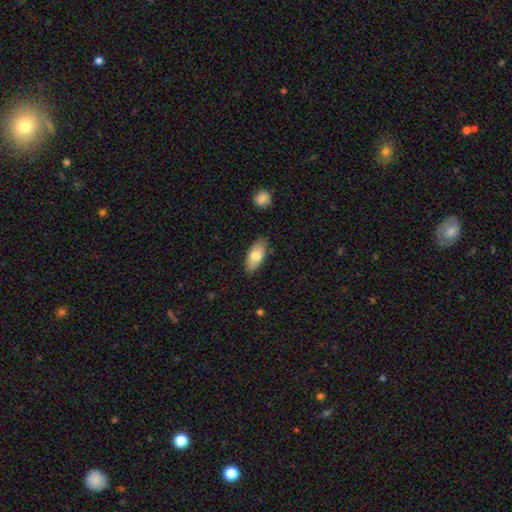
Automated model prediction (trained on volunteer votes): smooth_or_featured: smooth (p=0.74) [alt: featured or disk p=0.20]
how_rounded: in between (p=0.88) [alt: cigar-shaped p=0.09]
merging: none (p=0.82) [alt: minor disturbance p=0.14]